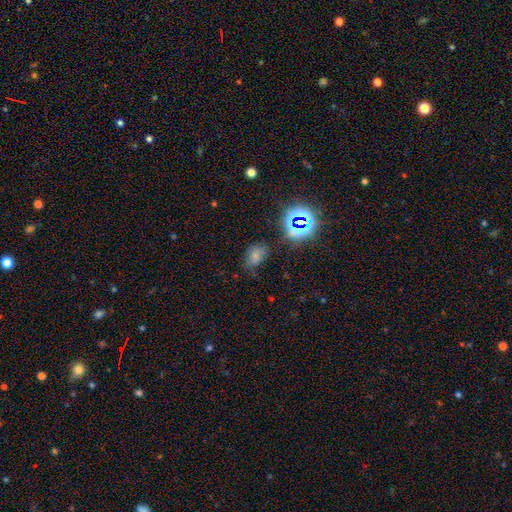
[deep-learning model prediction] Smooth or featured: smooth — 62% (star or artifact — 29%)
How rounded: in between — 79% (round — 19%)
Merging: none — 64% (minor disturbance — 24%)